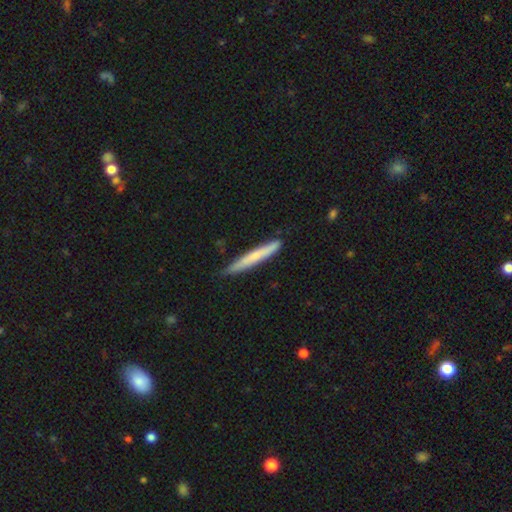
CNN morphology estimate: A smooth galaxy with no disk features (62%) that is cigar-shaped (96%).

Vote fractions:
- Smooth or featured? smooth: 62% / featured or disk: 32% / star or artifact: 5%
- How rounded? cigar-shaped: 96% / in between: 3% / round: 1%
- Merging? none: 83% / minor disturbance: 14% / major disturbance: 2% / merger: 2%